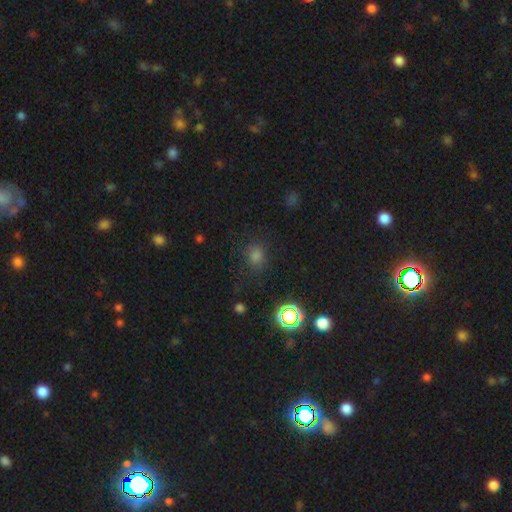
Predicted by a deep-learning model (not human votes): The model was most divided on "how rounded": round: 68%, in between: 31%, cigar-shaped: 1%. More confident: merging — none (81%); smooth or featured — smooth (67%).